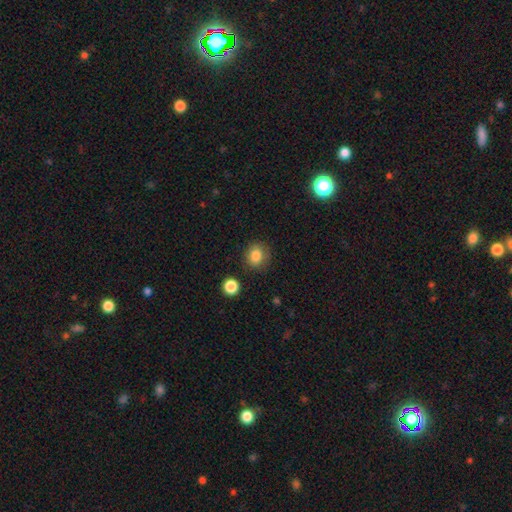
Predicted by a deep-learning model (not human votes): A smooth galaxy with no disk features (84%) that is round (75%).

Vote fractions:
- Smooth or featured? smooth: 84% / star or artifact: 10% / featured or disk: 6%
- How rounded? round: 75% / in between: 24% / cigar-shaped: 1%
- Merging? none: 84% / minor disturbance: 11% / major disturbance: 3% / merger: 2%